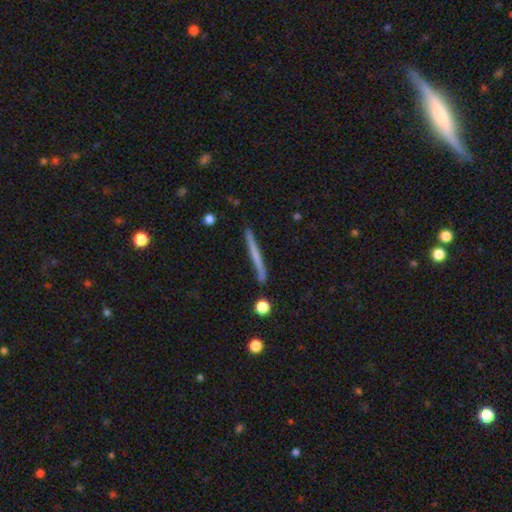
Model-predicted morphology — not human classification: smooth 47%, featured or disk 46%, star or artifact 6%. Down the decision tree: merging — none (87%).